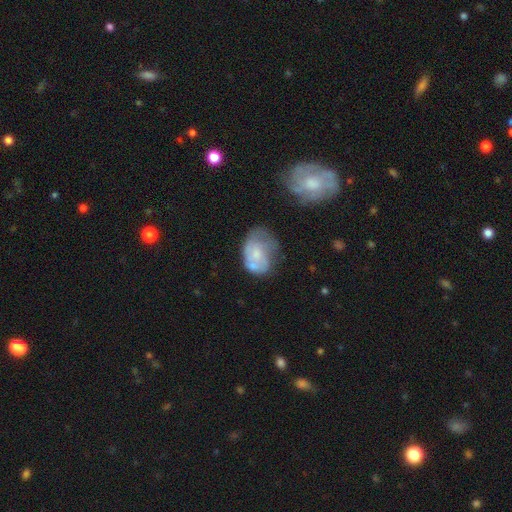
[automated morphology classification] Overall: featured or disk (47%; smooth 45%). Merging: none (33%; minor disturbance 31%).